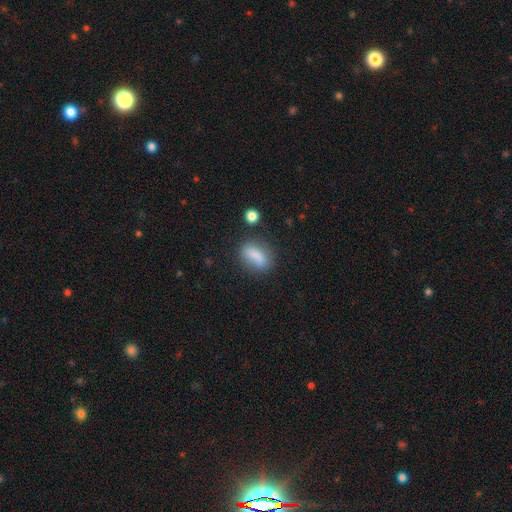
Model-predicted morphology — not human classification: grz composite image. It shows a smooth galaxy with no disk features (79%) that is in between round and cigar-shaped (72%). Merging: none (64%).